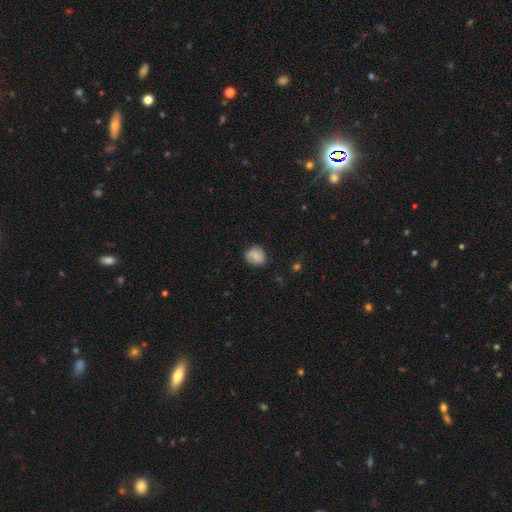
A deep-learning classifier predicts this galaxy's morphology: smooth_or_featured: smooth (p=0.66) [alt: featured or disk p=0.25]
how_rounded: round (p=0.78) [alt: in between p=0.21]
merging: none (p=0.77) [alt: minor disturbance p=0.17]